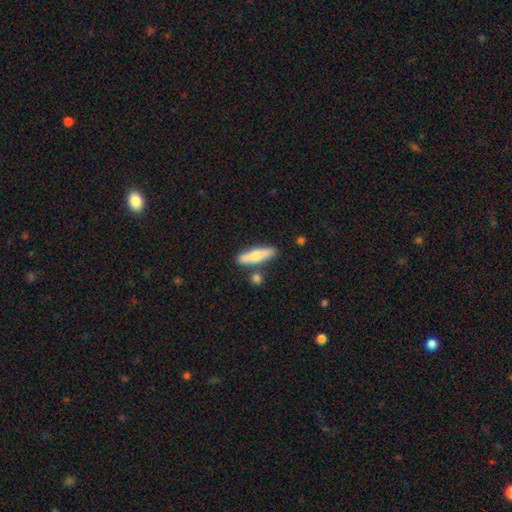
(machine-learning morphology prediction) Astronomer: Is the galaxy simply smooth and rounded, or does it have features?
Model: smooth — 64%.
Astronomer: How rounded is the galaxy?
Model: cigar-shaped — 74%.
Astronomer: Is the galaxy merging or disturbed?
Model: none — 79%.